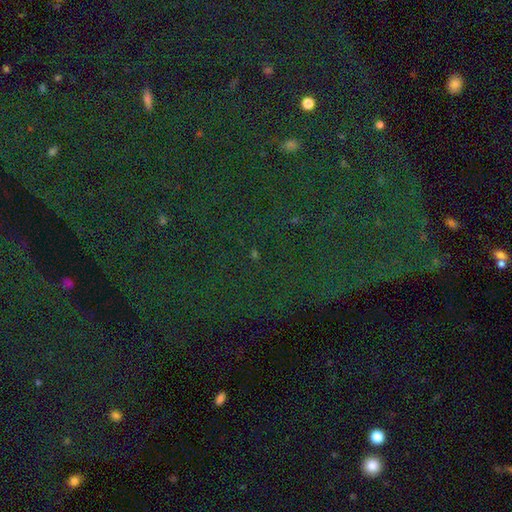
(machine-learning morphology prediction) Smooth or featured?
  - star or artifact: 84% *
  - smooth: 8%
  - featured or disk: 8%